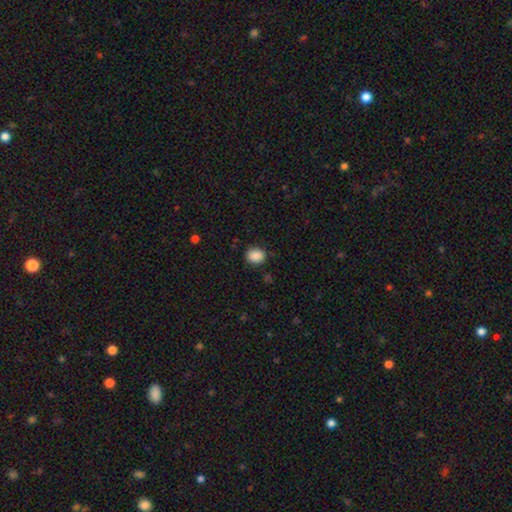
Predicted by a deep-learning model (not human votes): Smooth or featured? smooth (88%)
How rounded? round (61%)
Merging? none (85%)